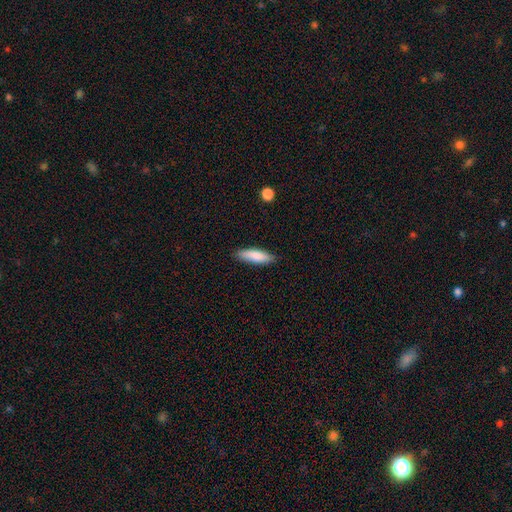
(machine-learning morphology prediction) This is clearly a smooth galaxy (83%). How rounded: possibly cigar-shaped (60%). Merging: clearly none (85%).